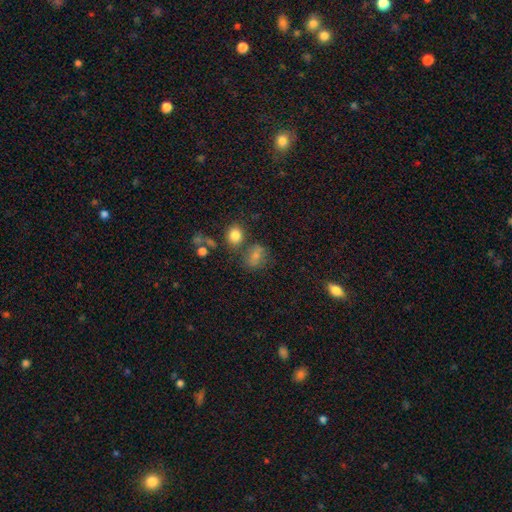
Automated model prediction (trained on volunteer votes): Morphology: type=smooth (72%); roundness=in between (53%); merging=none (59%).